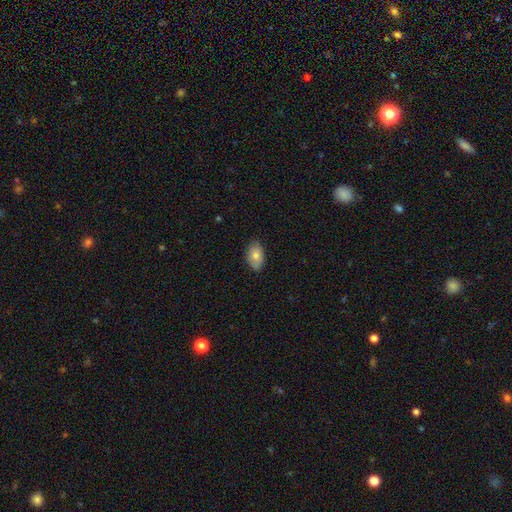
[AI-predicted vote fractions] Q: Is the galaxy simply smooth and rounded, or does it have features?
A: smooth — 77%.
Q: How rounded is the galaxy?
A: in between — 92%.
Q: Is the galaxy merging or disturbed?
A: none — 82%.